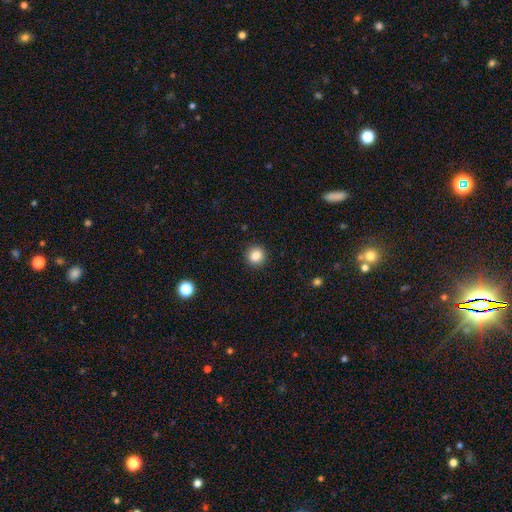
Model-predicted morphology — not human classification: Smooth or featured? Predicted: smooth (p=0.86). How rounded? Predicted: round (p=0.90). Merging? Predicted: none (p=0.92).